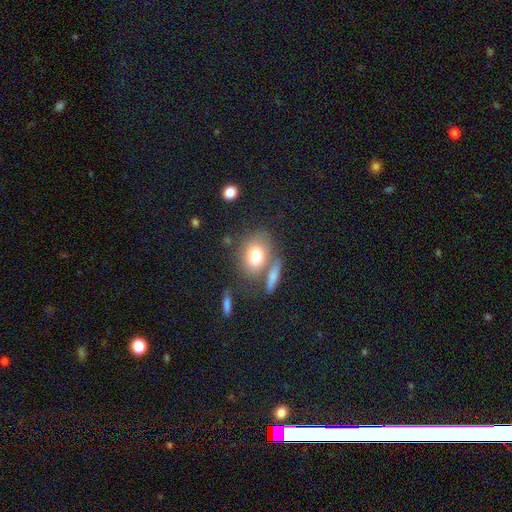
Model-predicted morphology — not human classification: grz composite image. It shows a smooth galaxy with no disk features (75%) that is in between round and cigar-shaped (69%). Merging: none (52%).